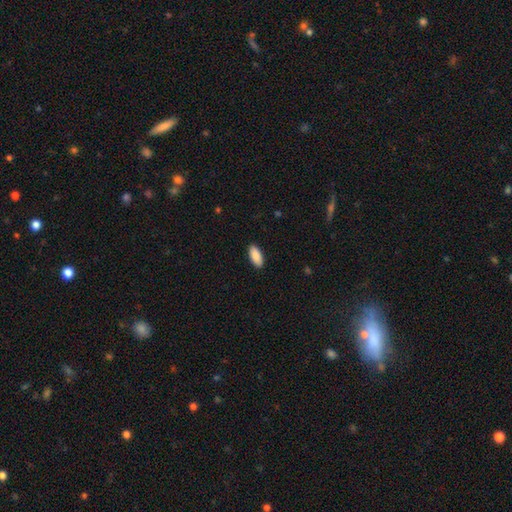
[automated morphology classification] smooth_or_featured: smooth (p=0.90) [alt: star or artifact p=0.06]
how_rounded: in between (p=0.89) [alt: cigar-shaped p=0.10]
merging: none (p=0.90) [alt: minor disturbance p=0.07]